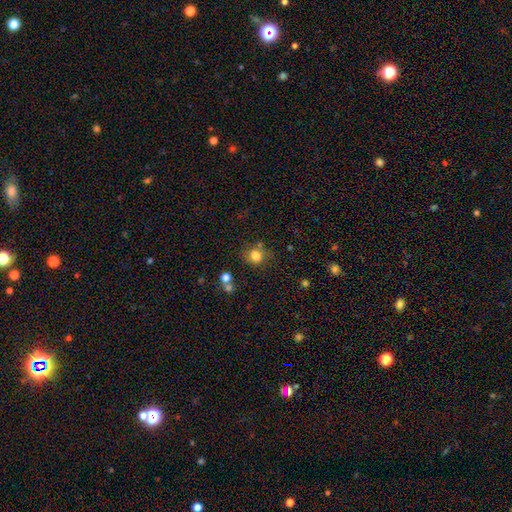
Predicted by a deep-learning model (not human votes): A smooth galaxy with no disk features (80%) that is round (70%). Merging: none (67%).